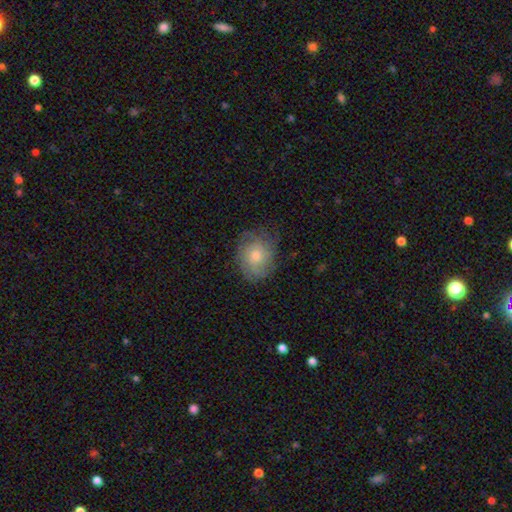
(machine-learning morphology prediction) Q: Smooth or featured?
A: smooth (50%); runner-up: featured or disk (41%)
Q: Merging?
A: none (72%); runner-up: minor disturbance (20%)